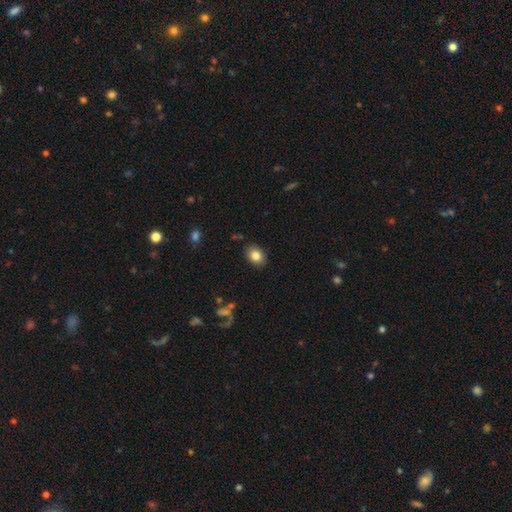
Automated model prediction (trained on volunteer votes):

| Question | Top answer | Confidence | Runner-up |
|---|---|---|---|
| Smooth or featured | smooth | 83% | star or artifact (9%) |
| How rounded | in between | 65% | round (34%) |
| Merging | none | 87% | minor disturbance (9%) |